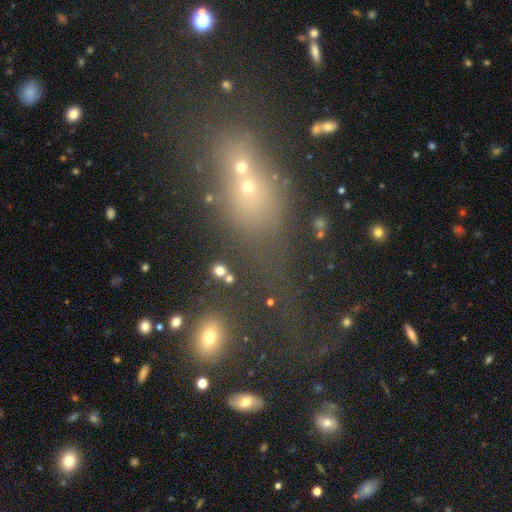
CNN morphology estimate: Overall: smooth (43%; star or artifact 38%). Merging: none (40%; merger 35%).